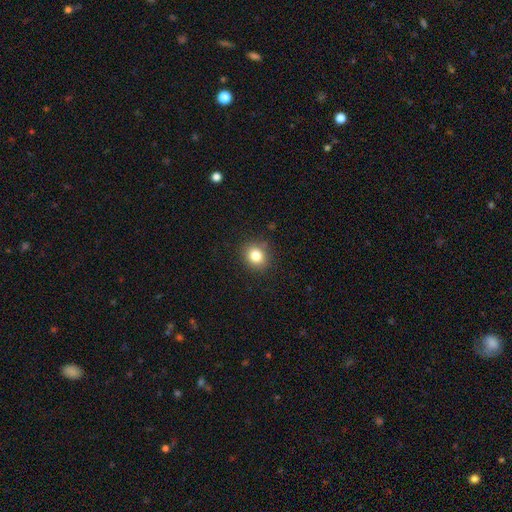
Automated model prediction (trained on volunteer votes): This is clearly a smooth galaxy (82%). How rounded: likely round (79%). Merging: clearly none (88%).